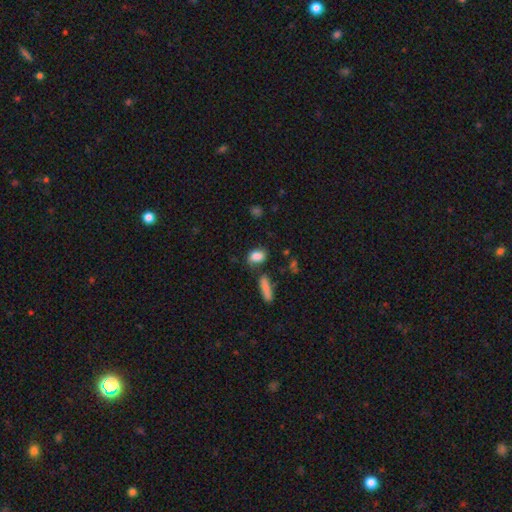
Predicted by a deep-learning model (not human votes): A smooth galaxy with no disk features (84%) that is in between round and cigar-shaped (78%).

Vote fractions:
- Smooth or featured? smooth: 84% / star or artifact: 9% / featured or disk: 7%
- How rounded? in between: 78% / round: 17% / cigar-shaped: 5%
- Merging? none: 64% / minor disturbance: 18% / merger: 12% / major disturbance: 6%